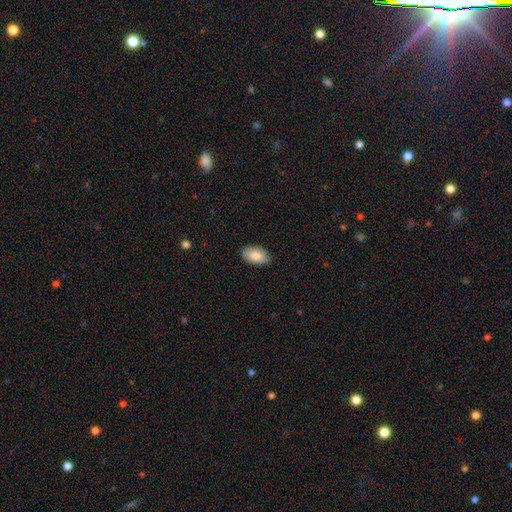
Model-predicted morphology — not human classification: smooth-or-featured: smooth: 85% | featured or disk: 9% | star or artifact: 6%
  how-rounded: in between: 94% | round: 4% | cigar-shaped: 2%
  merging: none: 86% | minor disturbance: 11% | major disturbance: 2% | merger: 1%